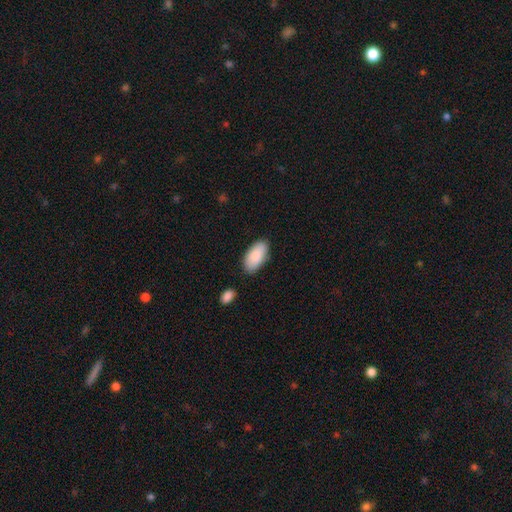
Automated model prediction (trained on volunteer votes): A smooth galaxy with no disk features (88%) that is in between round and cigar-shaped (94%).

Vote fractions:
- Smooth or featured? smooth: 88% / featured or disk: 6% / star or artifact: 6%
- How rounded? in between: 94% / cigar-shaped: 4% / round: 2%
- Merging? none: 82% / minor disturbance: 12% / merger: 3% / major disturbance: 3%